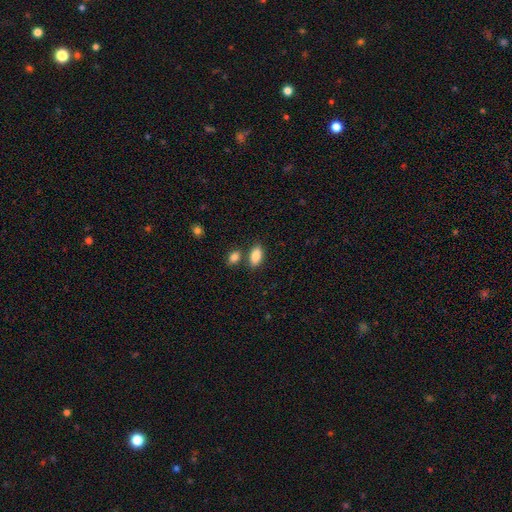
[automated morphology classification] Smooth or featured? smooth (87%)
How rounded? in between (90%)
Merging? none (73%)